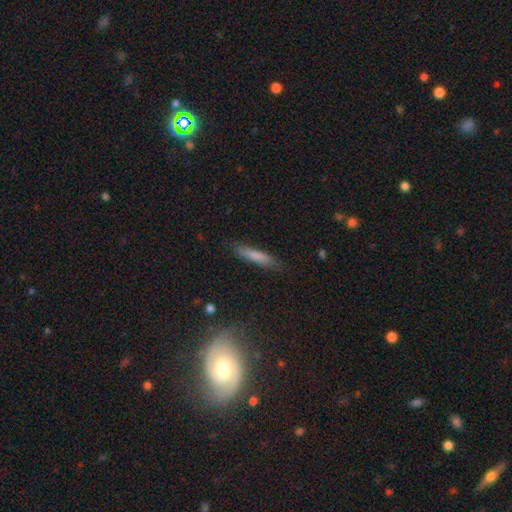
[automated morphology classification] Smooth or featured: smooth — 79% (featured or disk — 15%)
How rounded: cigar-shaped — 87% (in between — 12%)
Merging: none — 84% (minor disturbance — 12%)